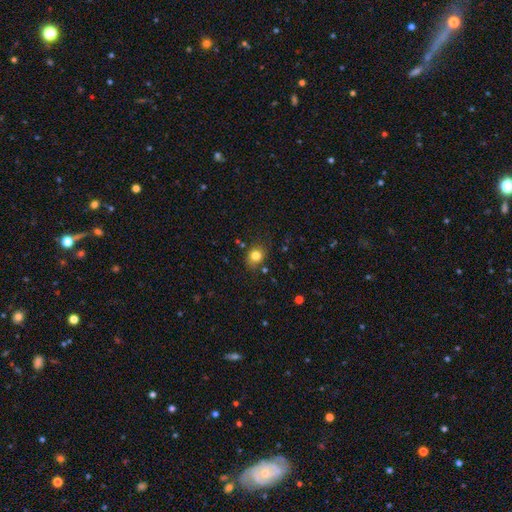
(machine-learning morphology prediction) Smooth or featured? Predicted: smooth (p=0.81). How rounded? Predicted: round (p=0.68). Merging? Predicted: none (p=0.76).